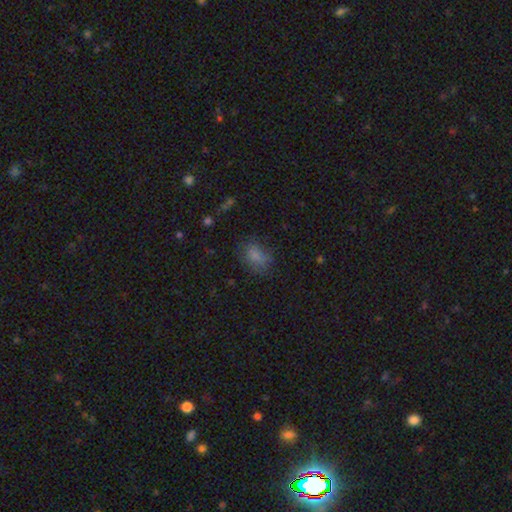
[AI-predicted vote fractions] This is likely a smooth galaxy (76%). How rounded: likely in between (75%). Merging: likely none (62%).